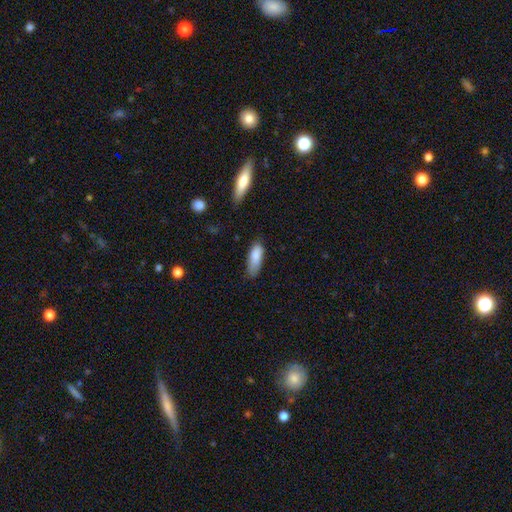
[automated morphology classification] Smooth or featured? Predicted: smooth (p=0.83). How rounded? Predicted: in between (p=0.66). Merging? Predicted: none (p=0.57).